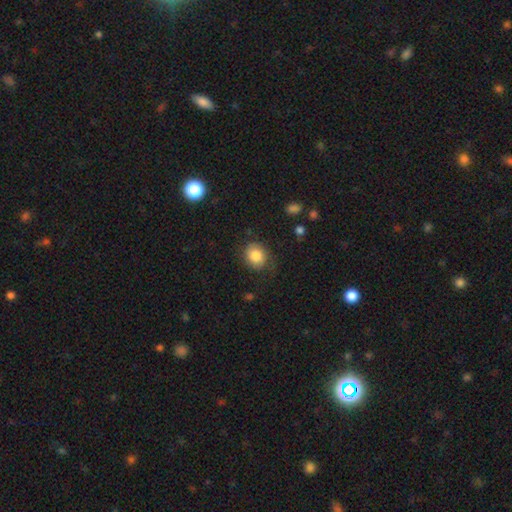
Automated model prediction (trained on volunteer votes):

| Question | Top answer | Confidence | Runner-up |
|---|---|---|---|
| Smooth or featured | smooth | 80% | featured or disk (12%) |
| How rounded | round | 65% | in between (34%) |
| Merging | none | 71% | minor disturbance (20%) |